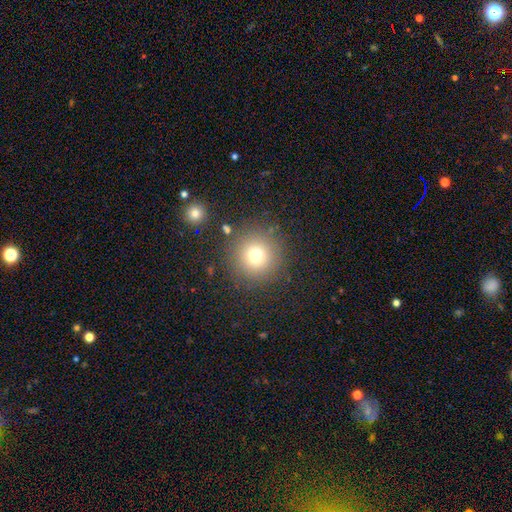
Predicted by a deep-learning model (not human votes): smooth 73%, star or artifact 17%, featured or disk 10%. Down the decision tree: how rounded — round (96%); merging — none (86%).